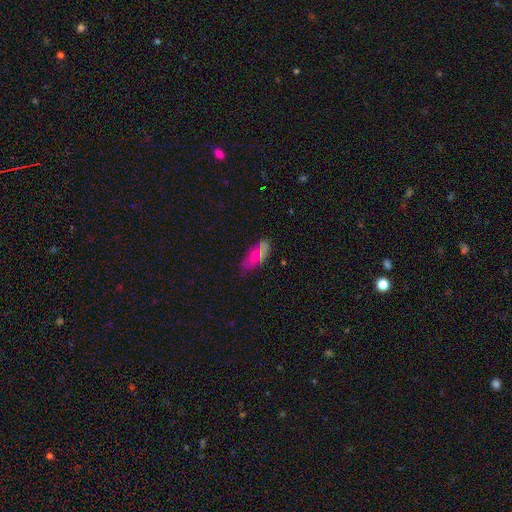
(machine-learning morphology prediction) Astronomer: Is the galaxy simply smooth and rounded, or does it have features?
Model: smooth — 63%.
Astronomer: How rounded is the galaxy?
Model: in between — 86%.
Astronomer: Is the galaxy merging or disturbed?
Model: none — 63%.